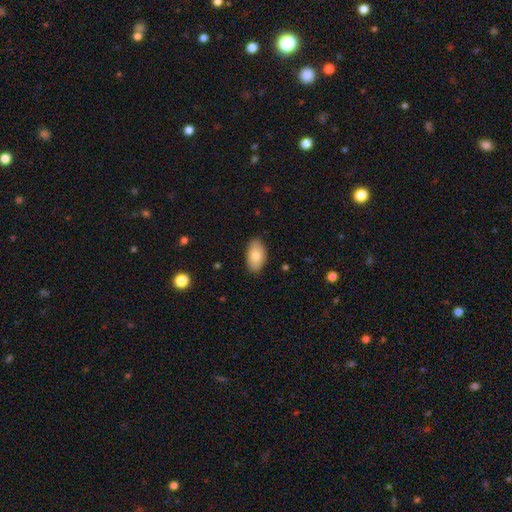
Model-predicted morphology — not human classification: A smooth galaxy with no disk features (83%) that is in between round and cigar-shaped (95%). Merging: none (86%).